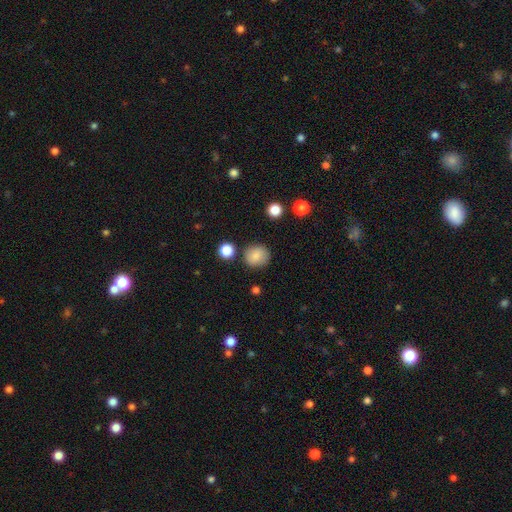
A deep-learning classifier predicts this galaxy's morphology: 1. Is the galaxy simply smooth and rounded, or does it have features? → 83% smooth, 9% star or artifact, 8% featured or disk.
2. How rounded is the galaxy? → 89% round, 10% in between, 1% cigar-shaped.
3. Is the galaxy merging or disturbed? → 84% none, 10% minor disturbance, 3% merger, 3% major disturbance.